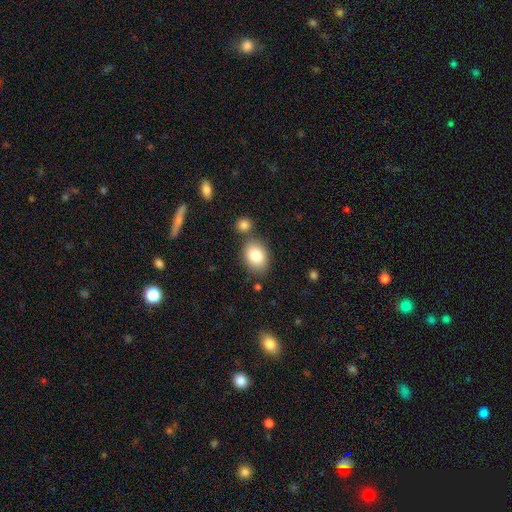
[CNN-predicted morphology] Q: Smooth or featured?
A: smooth (83%); runner-up: featured or disk (10%)
Q: How rounded?
A: in between (76%); runner-up: round (23%)
Q: Merging?
A: none (70%); runner-up: merger (14%)